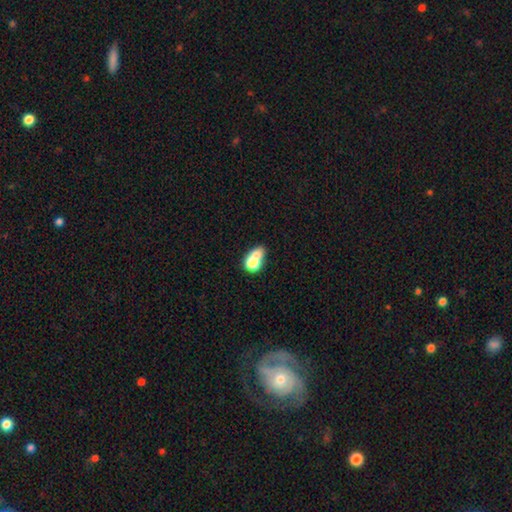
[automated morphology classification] smooth 69%, featured or disk 20%, star or artifact 11%. Down the decision tree: how rounded — in between (52%); merging — merger (59%).